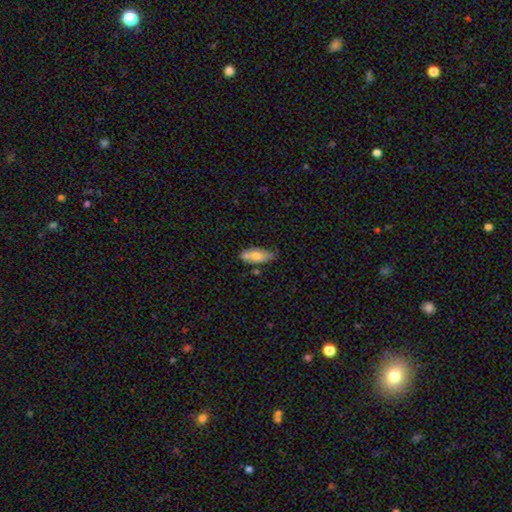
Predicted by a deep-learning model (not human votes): Smooth or featured? smooth (68%)
How rounded? in between (77%)
Merging? none (56%)